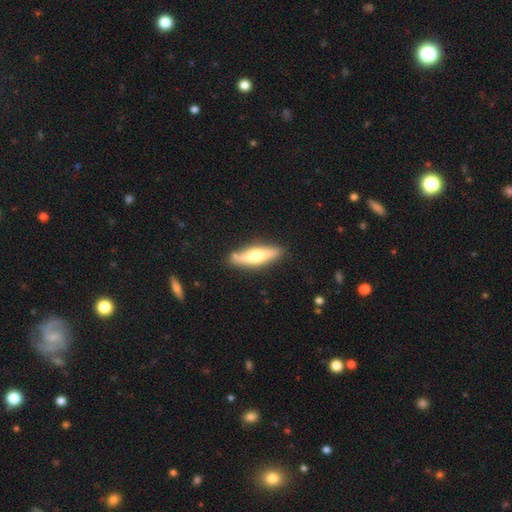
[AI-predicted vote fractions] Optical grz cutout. It shows a smooth galaxy with no disk features (48%). Merging: none (84%).